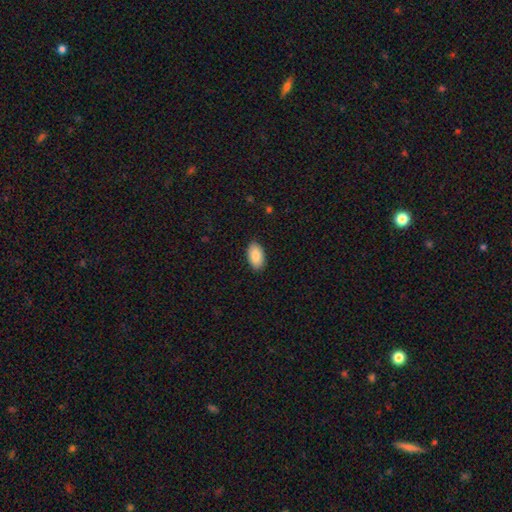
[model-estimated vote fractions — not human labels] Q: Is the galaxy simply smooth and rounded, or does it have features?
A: smooth — 87%.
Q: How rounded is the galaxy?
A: in between — 95%.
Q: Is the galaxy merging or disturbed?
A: none — 89%.